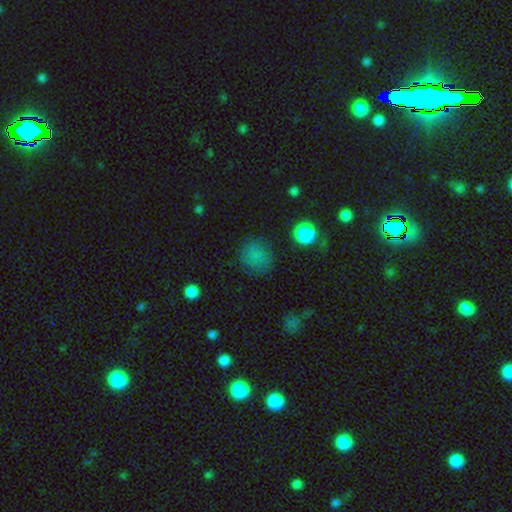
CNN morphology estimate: This appears to be a smooth galaxy with no disk features (77%) that is round (85%). Merging: none (78%).